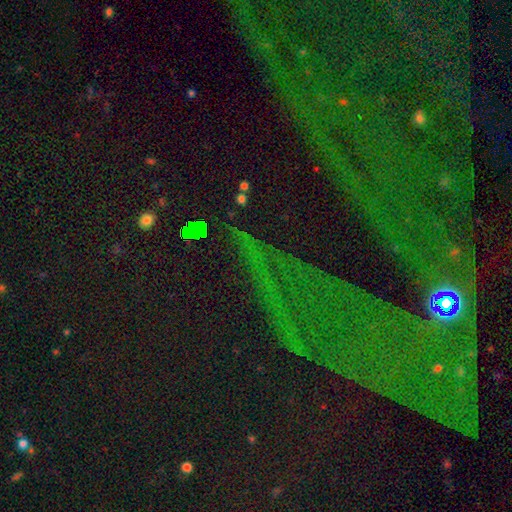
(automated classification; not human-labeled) This is clearly a star or artifact rather than a galaxy (81%).